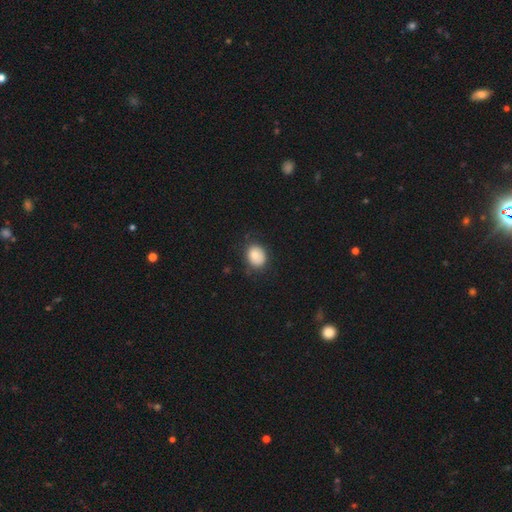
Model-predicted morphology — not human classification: smooth_or_featured: smooth (p=0.82) [alt: featured or disk p=0.10]
how_rounded: round (p=0.58) [alt: in between p=0.42]
merging: none (p=0.72) [alt: minor disturbance p=0.21]